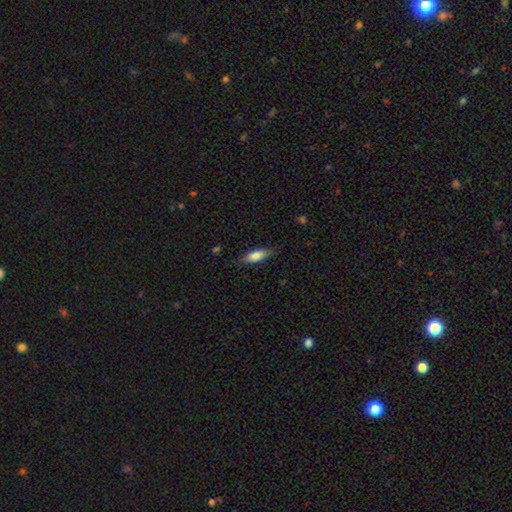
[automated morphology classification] Overall: smooth (80%). How rounded: in between (65%; cigar-shaped 33%). Merging: none (77%).